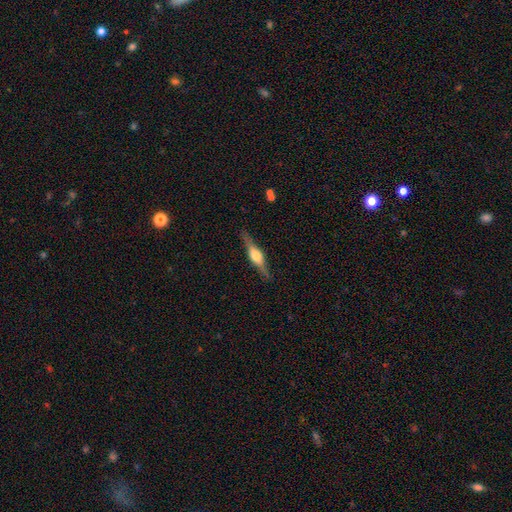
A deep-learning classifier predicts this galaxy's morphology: Smooth or featured: featured or disk — 74% (smooth — 21%)
Edge-on disk: yes — 97% (no — 3%)
Edge-on bulge: rounded — 88% (boxy — 10%)
Merging: none — 87% (minor disturbance — 10%)